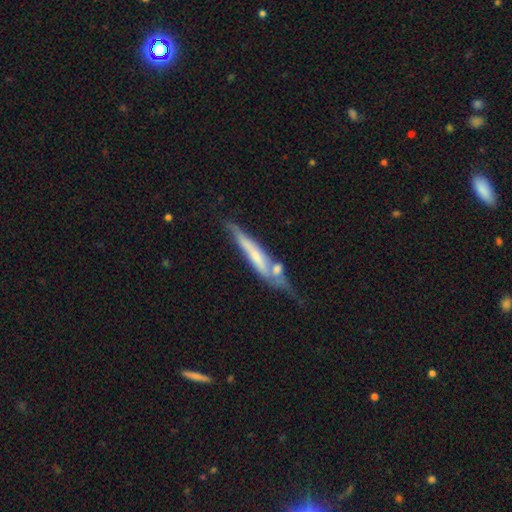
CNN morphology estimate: The model was most divided on "merging": none: 37%, merger: 32%, minor disturbance: 21%, major disturbance: 10%. More confident: edge-on disk — yes (79%); smooth or featured — featured or disk (53%).